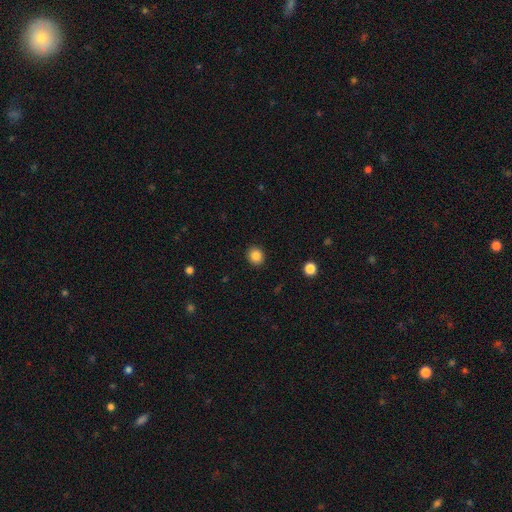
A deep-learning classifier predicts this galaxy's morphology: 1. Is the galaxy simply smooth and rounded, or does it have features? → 86% smooth, 10% star or artifact, 4% featured or disk.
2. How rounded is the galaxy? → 84% round, 15% in between, 1% cigar-shaped.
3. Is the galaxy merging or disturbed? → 91% none, 6% minor disturbance, 2% major disturbance, 1% merger.